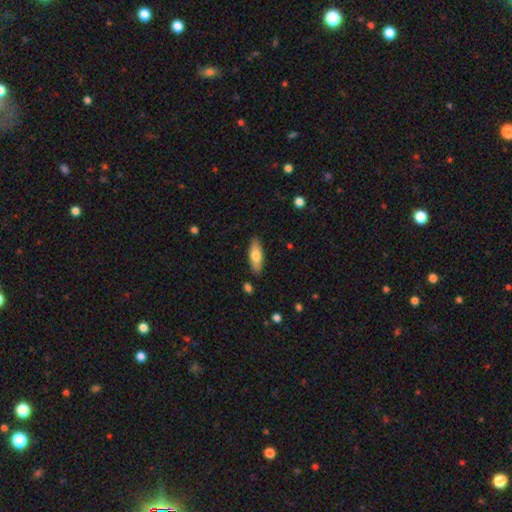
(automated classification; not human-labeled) This appears to be a smooth galaxy with no disk features (70%) that is in between round and cigar-shaped (66%). Merging: none (86%).